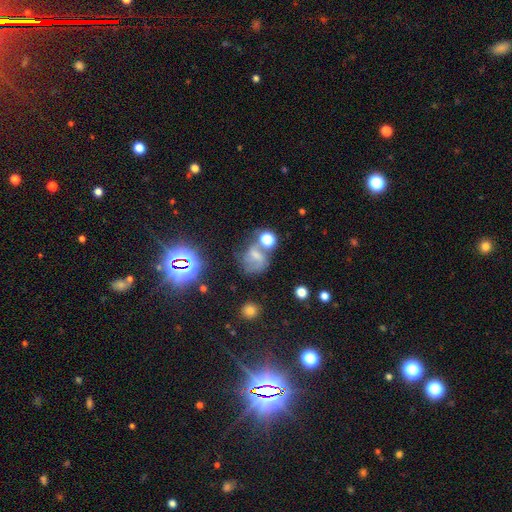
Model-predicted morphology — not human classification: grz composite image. It shows a smooth galaxy with no disk features (43%). Merging: none (35%).